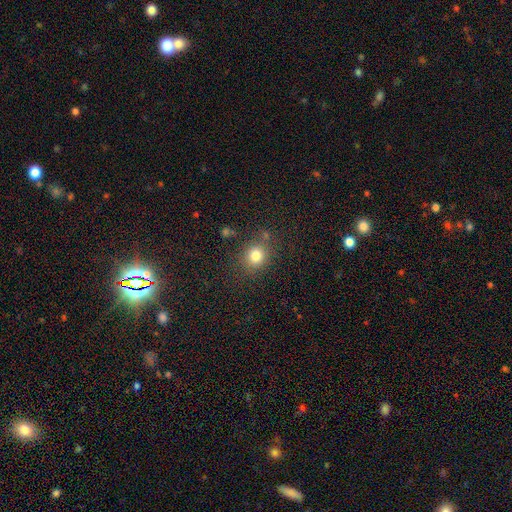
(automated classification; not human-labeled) Smooth or featured: smooth — 80% (star or artifact — 13%)
How rounded: round — 77% (in between — 22%)
Merging: none — 79% (minor disturbance — 12%)